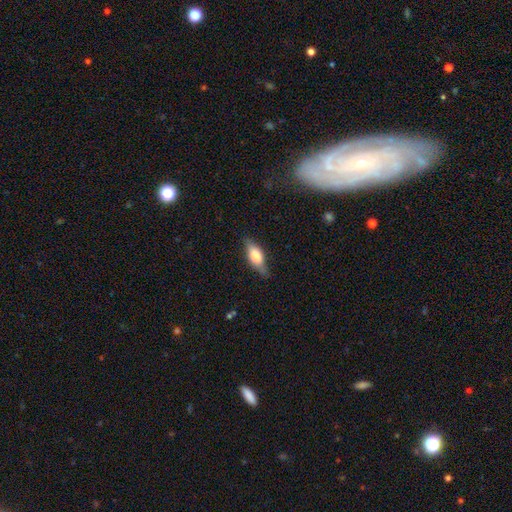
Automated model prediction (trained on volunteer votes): Smooth or featured?
  - smooth: 66% *
  - featured or disk: 28%
  - star or artifact: 7%
How rounded?
  - in between: 76% *
  - cigar-shaped: 21%
  - round: 3%
Merging?
  - none: 72% *
  - minor disturbance: 22%
  - major disturbance: 5%
  - merger: 1%